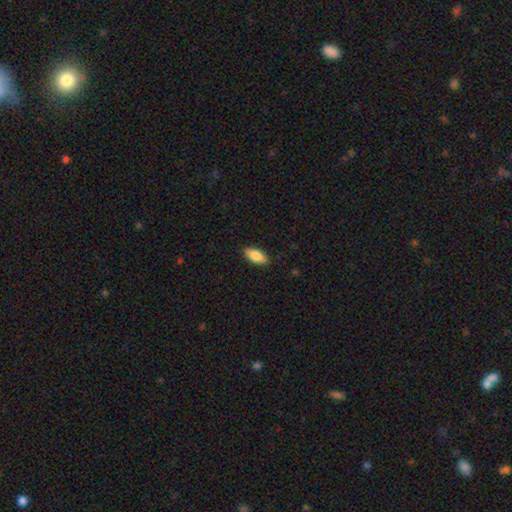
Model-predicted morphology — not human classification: This is clearly a smooth galaxy (81%). How rounded: clearly in between (82%). Merging: clearly none (88%).